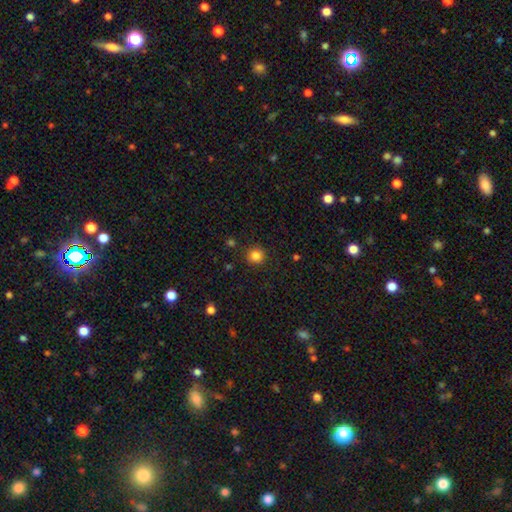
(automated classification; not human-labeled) A smooth galaxy with no disk features (84%) that is round (92%).

Vote fractions:
- Smooth or featured? smooth: 84% / star or artifact: 12% / featured or disk: 4%
- How rounded? round: 92% / in between: 7% / cigar-shaped: 1%
- Merging? none: 89% / minor disturbance: 7% / major disturbance: 2% / merger: 2%